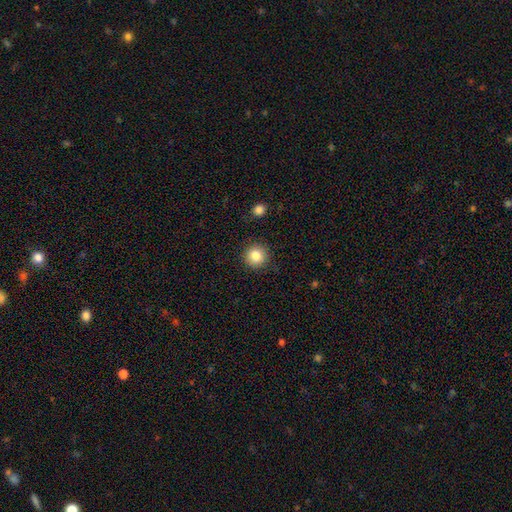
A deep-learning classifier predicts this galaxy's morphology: smooth 84%, star or artifact 10%, featured or disk 6%. Down the decision tree: how rounded — round (94%); merging — none (90%).